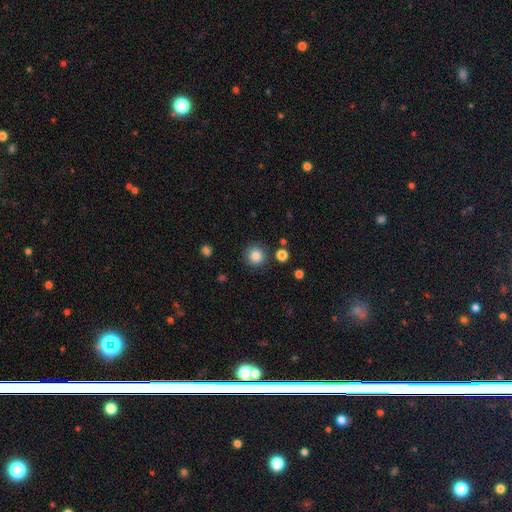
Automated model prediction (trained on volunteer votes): The model was most divided on "smooth or featured": smooth: 85%, star or artifact: 10%, featured or disk: 4%. More confident: how rounded — round (94%); merging — none (87%).